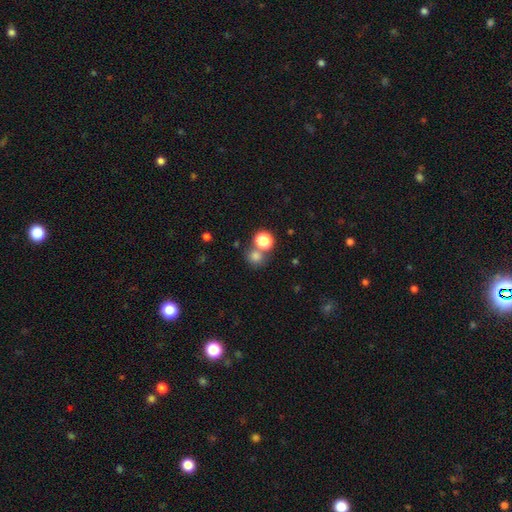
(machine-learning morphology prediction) Smooth or featured?
  - smooth: 76% *
  - star or artifact: 17%
  - featured or disk: 7%
How rounded?
  - round: 85% *
  - in between: 14%
  - cigar-shaped: 1%
Merging?
  - none: 59% *
  - merger: 29%
  - minor disturbance: 8%
  - major disturbance: 4%